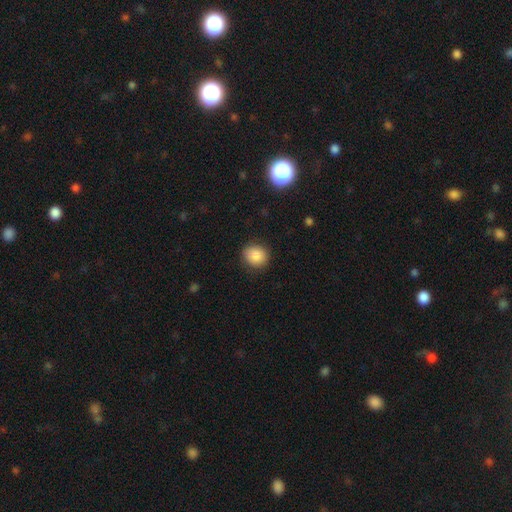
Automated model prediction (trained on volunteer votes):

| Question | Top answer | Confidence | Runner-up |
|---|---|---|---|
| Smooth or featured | smooth | 86% | star or artifact (9%) |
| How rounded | round | 81% | in between (18%) |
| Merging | none | 87% | minor disturbance (9%) |